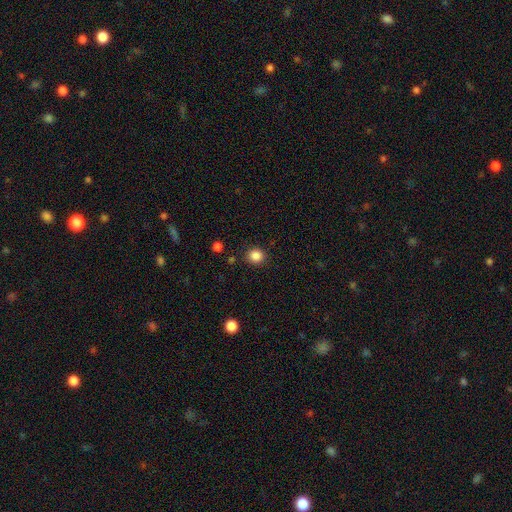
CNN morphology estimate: type=smooth (85%); roundness=round (86%); merging=none (89%).